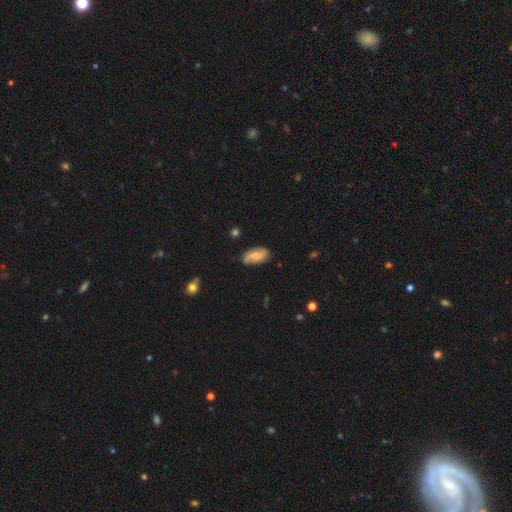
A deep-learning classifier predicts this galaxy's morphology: Smooth or featured? featured or disk (51%)
Edge-on disk? no (94%)
Merging? none (74%)